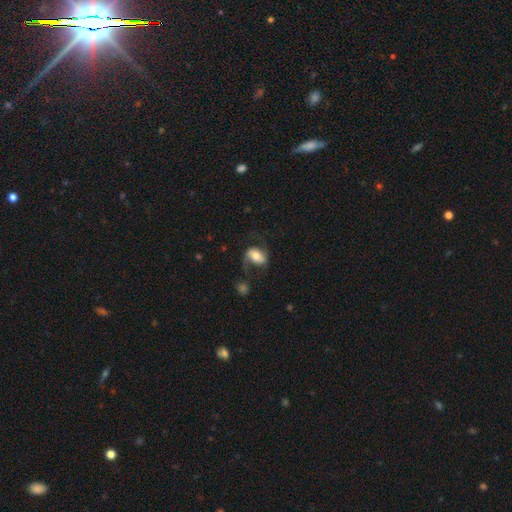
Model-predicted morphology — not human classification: smooth-or-featured: featured or disk: 53% | smooth: 39% | star or artifact: 7%
  disk-edge-on: no: 95% | yes: 5%
    bar: no: 36% | weak: 33% | strong: 31%
    has-spiral-arms: yes: 84% | no: 16%
    bulge-size: moderate: 59% | large: 20% | small: 16% | dominant: 3% | none: 2%
  merging: none: 54% | major disturbance: 22% | minor disturbance: 21% | merger: 4%